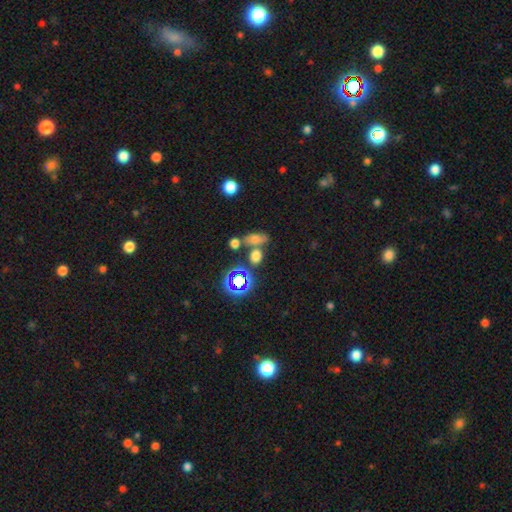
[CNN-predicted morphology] smooth_or_featured: smooth (p=0.64) [alt: star or artifact p=0.25]
how_rounded: in between (p=0.64) [alt: round p=0.29]
merging: none (p=0.52) [alt: merger p=0.31]